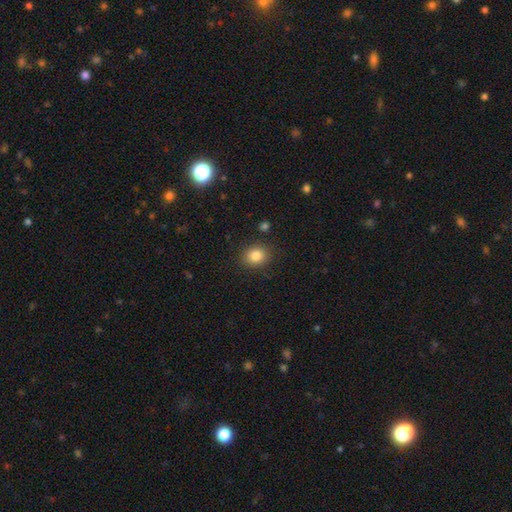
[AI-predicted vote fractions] This appears to be a smooth galaxy with no disk features (83%) that is round (63%). Merging: none (86%).